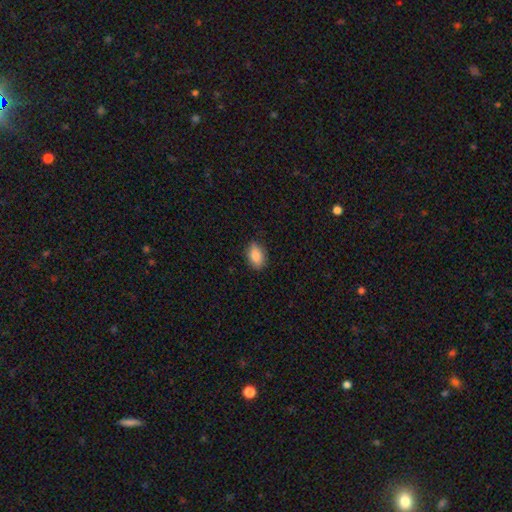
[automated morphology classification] smooth_or_featured: smooth (p=0.87) [alt: star or artifact p=0.08]
how_rounded: in between (p=0.87) [alt: round p=0.11]
merging: none (p=0.85) [alt: minor disturbance p=0.11]